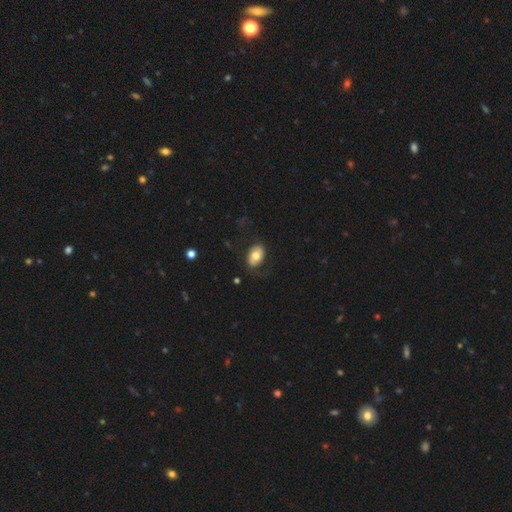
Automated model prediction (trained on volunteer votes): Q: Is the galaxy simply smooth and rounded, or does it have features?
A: smooth — 66%.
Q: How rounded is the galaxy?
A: in between — 85%.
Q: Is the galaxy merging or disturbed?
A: none — 71%.